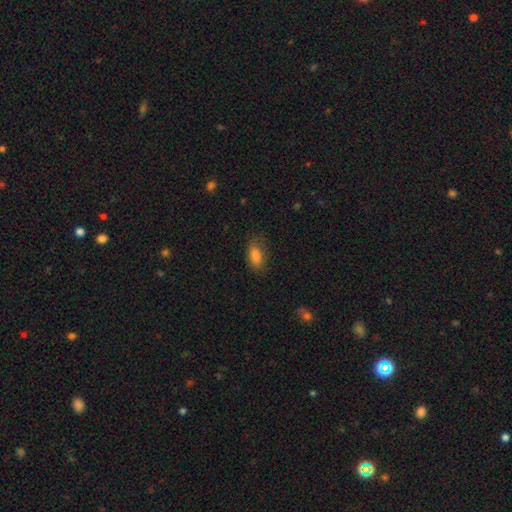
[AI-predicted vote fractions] This appears to be a smooth galaxy with no disk features (83%) that is in between round and cigar-shaped (90%). Merging: none (71%).